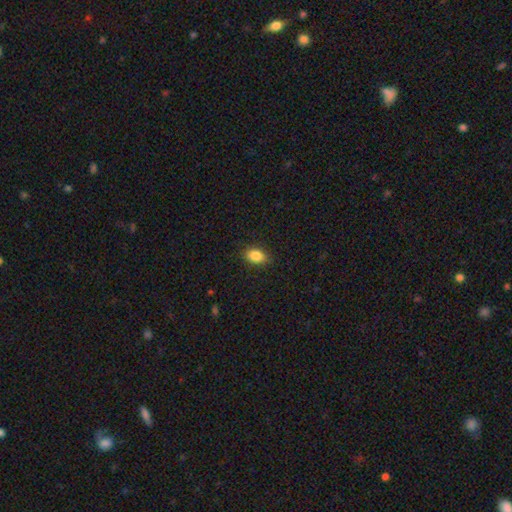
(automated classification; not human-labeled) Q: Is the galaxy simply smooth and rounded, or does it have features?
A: smooth — 87%.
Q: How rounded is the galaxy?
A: in between — 86%.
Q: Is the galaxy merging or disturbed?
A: none — 88%.